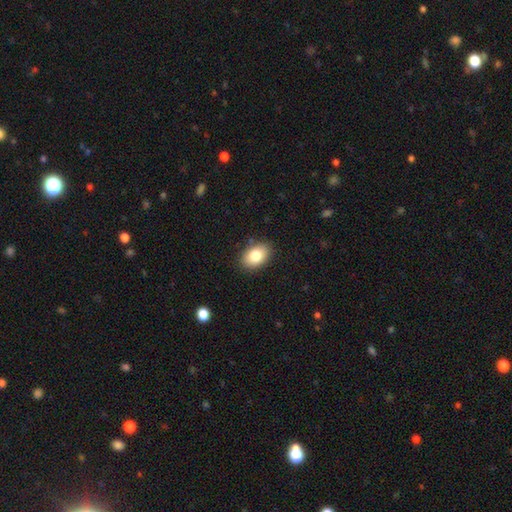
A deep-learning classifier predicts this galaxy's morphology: Smooth or featured?
  - smooth: 83% *
  - featured or disk: 10%
  - star or artifact: 8%
How rounded?
  - in between: 86% *
  - round: 13%
  - cigar-shaped: 1%
Merging?
  - none: 87% *
  - minor disturbance: 10%
  - major disturbance: 2%
  - merger: 1%